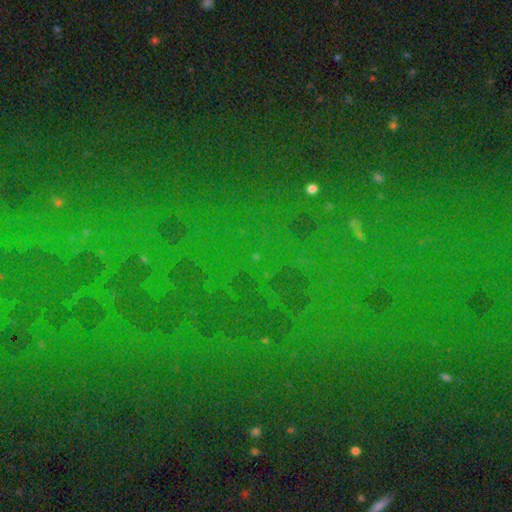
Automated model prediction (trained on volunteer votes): star or artifact 79%, smooth 12%, featured or disk 9%.